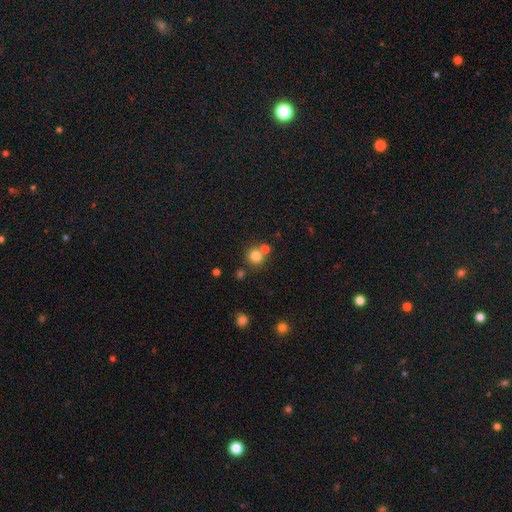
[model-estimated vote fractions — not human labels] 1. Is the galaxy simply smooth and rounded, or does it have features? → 79% smooth, 13% star or artifact, 8% featured or disk.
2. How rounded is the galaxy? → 91% round, 8% in between, 1% cigar-shaped.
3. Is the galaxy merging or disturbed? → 65% none, 25% merger, 7% minor disturbance, 3% major disturbance.